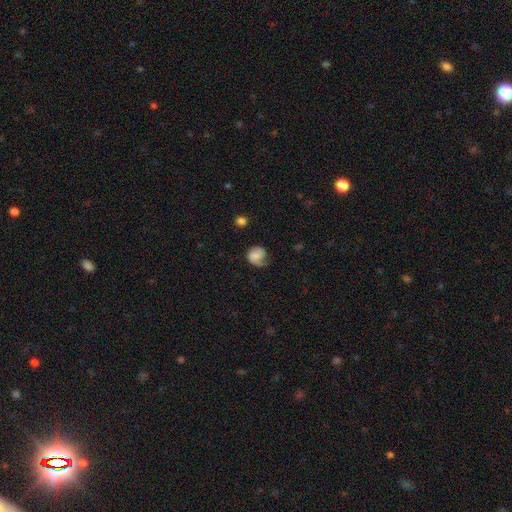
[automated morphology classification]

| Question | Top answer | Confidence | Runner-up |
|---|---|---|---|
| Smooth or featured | smooth | 58% | featured or disk (34%) |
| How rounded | round | 70% | in between (29%) |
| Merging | none | 46% | minor disturbance (31%) |